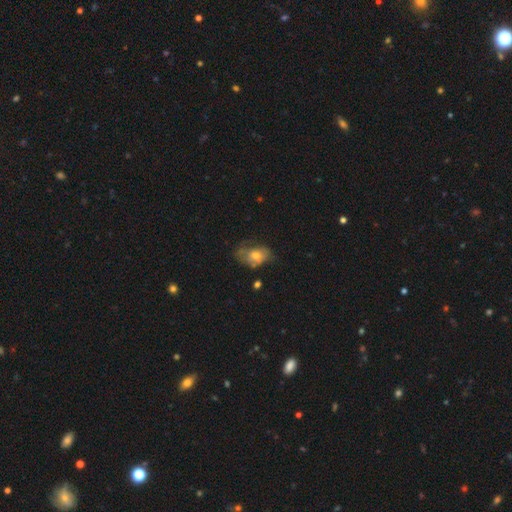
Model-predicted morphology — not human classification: The model was most divided on "merging": none: 44%, minor disturbance: 33%, major disturbance: 19%, merger: 3%. More confident: how rounded — in between (80%); smooth or featured — smooth (59%).